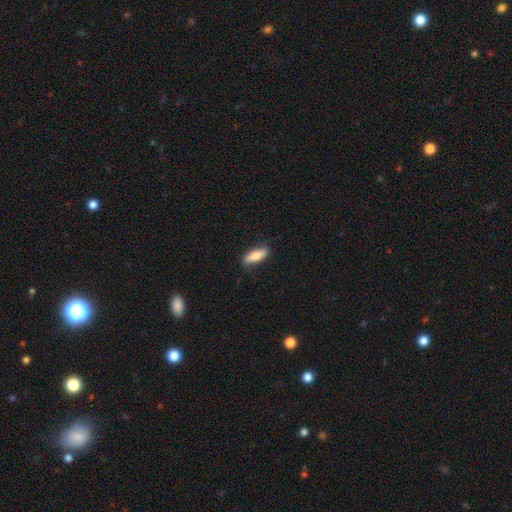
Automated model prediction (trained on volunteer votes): Smooth or featured? smooth (84%)
How rounded? in between (55%)
Merging? none (83%)